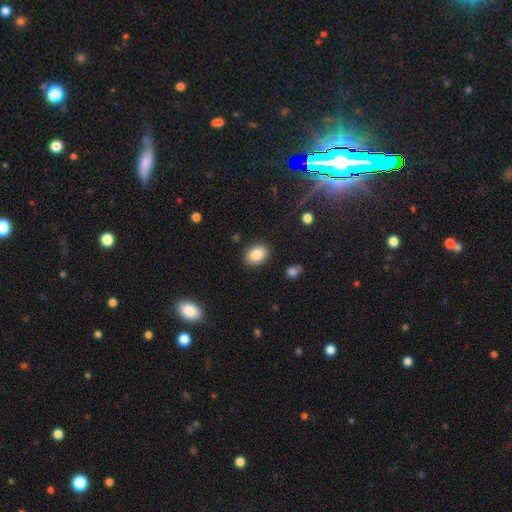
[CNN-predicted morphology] This appears to be a smooth galaxy with no disk features (86%) that is in between round and cigar-shaped (76%). Merging: none (86%).